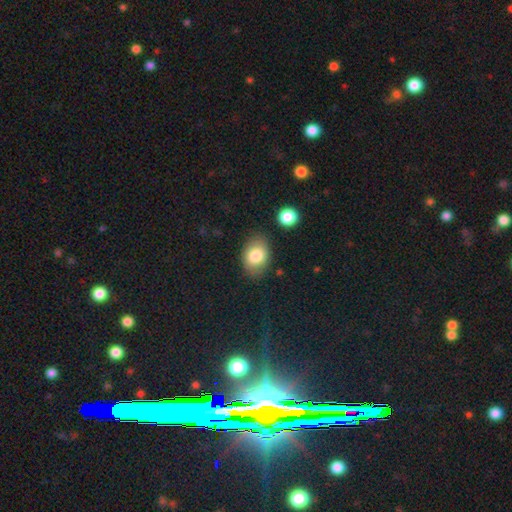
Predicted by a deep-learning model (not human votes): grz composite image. It shows a smooth galaxy with no disk features (82%) that is in between round and cigar-shaped (76%). Merging: none (78%).